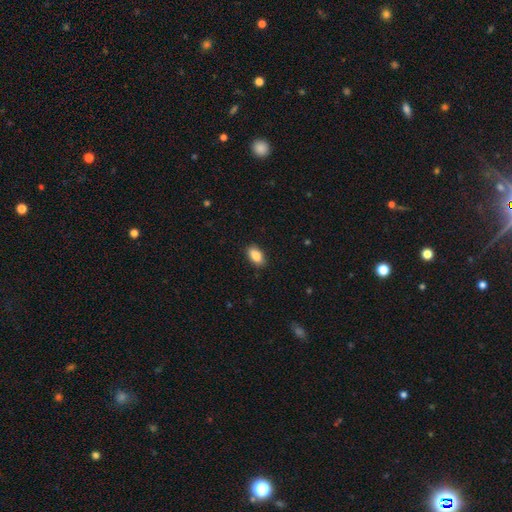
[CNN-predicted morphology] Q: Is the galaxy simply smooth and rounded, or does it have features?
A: smooth — 88%.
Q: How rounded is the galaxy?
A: in between — 91%.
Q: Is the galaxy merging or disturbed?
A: none — 87%.